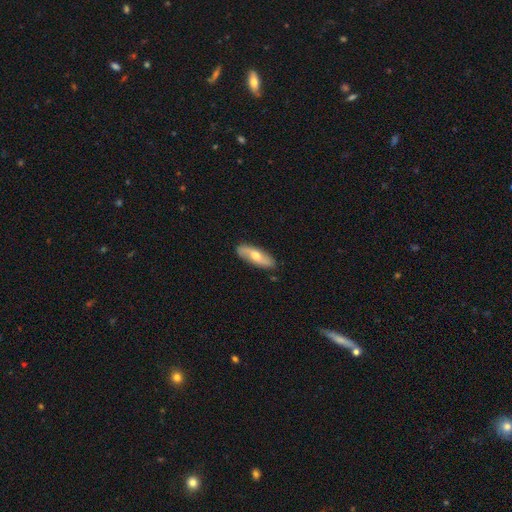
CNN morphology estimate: Smooth or featured? smooth (49%)
Merging? none (86%)